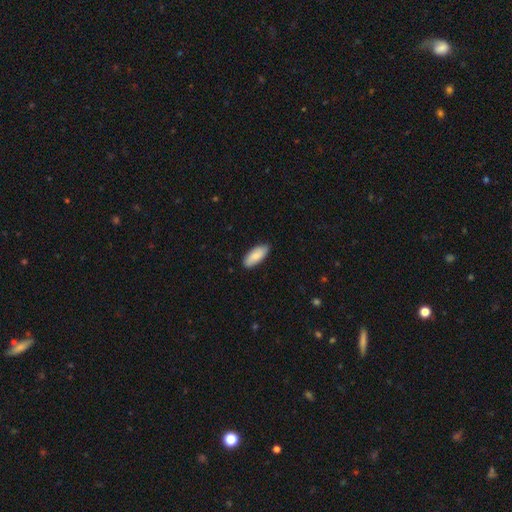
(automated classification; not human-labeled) smooth 86%, featured or disk 9%, star or artifact 5%. Down the decision tree: how rounded — in between (83%); merging — none (87%).